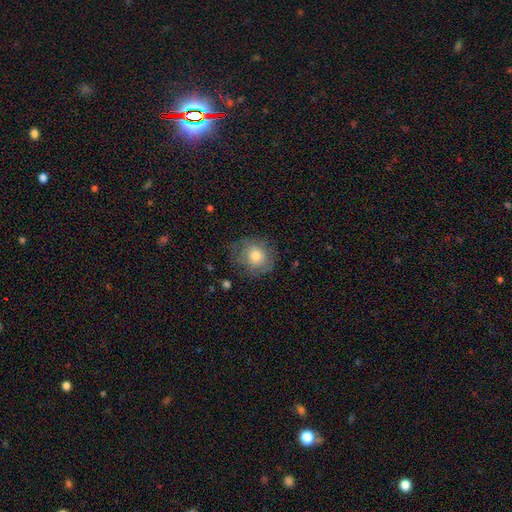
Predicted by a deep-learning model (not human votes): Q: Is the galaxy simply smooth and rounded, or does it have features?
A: smooth — 72%.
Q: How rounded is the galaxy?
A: round — 84%.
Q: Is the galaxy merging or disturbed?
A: none — 72%.